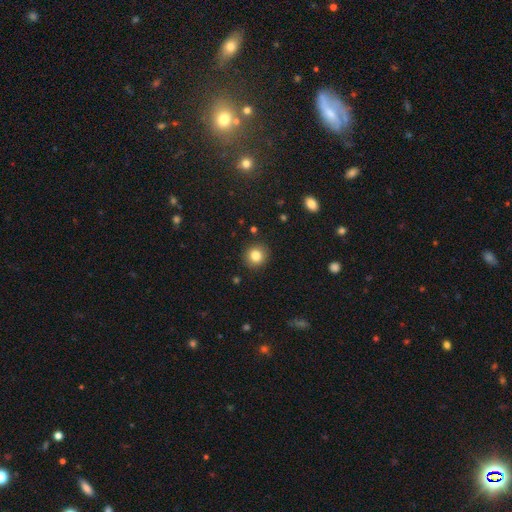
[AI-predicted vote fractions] The model was most divided on "smooth or featured": smooth: 82%, star or artifact: 11%, featured or disk: 7%. More confident: merging — none (91%); how rounded — round (89%).